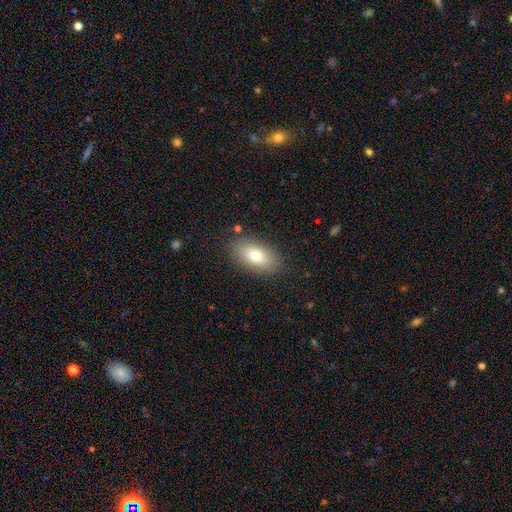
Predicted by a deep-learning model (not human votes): Smooth or featured?
  - smooth: 75% *
  - featured or disk: 16%
  - star or artifact: 9%
How rounded?
  - in between: 90% *
  - round: 6%
  - cigar-shaped: 4%
Merging?
  - none: 85% *
  - minor disturbance: 10%
  - major disturbance: 3%
  - merger: 1%